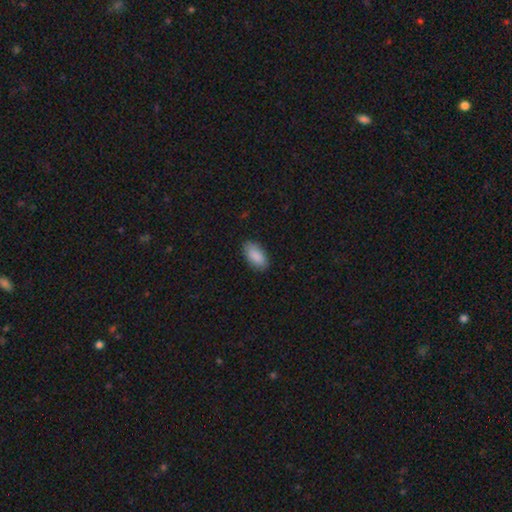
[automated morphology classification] This is clearly a smooth galaxy (89%). How rounded: clearly in between (93%). Merging: clearly none (87%).